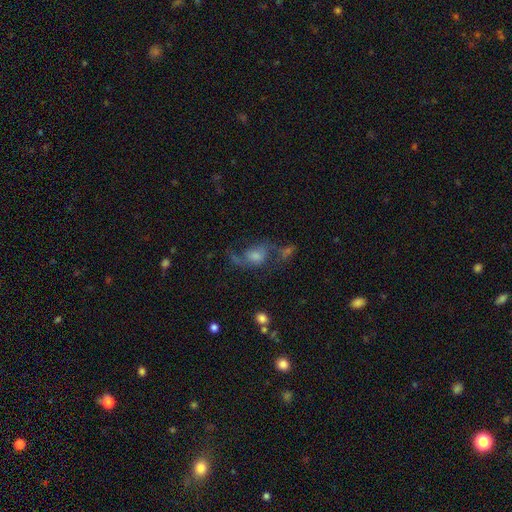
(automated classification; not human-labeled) Smooth or featured? Predicted: featured or disk (p=0.62). Edge-on disk? Predicted: no (p=0.95). Bar? Predicted: no (p=0.66). Spiral arms? Predicted: yes (p=0.85). Bulge size? Predicted: moderate (p=0.42). Merging? Predicted: none (p=0.48).